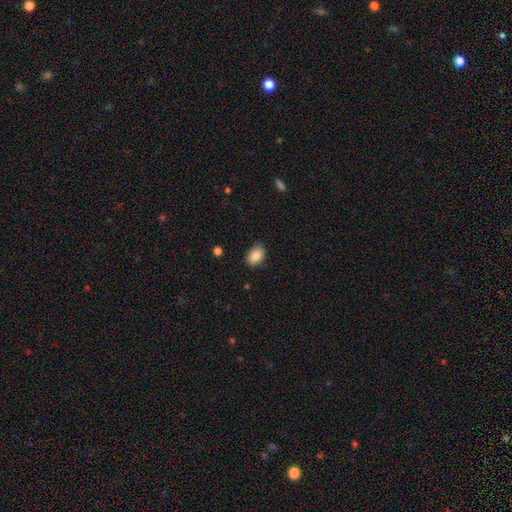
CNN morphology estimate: A smooth galaxy with no disk features (87%) that is in between round and cigar-shaped (80%). Merging: none (81%).